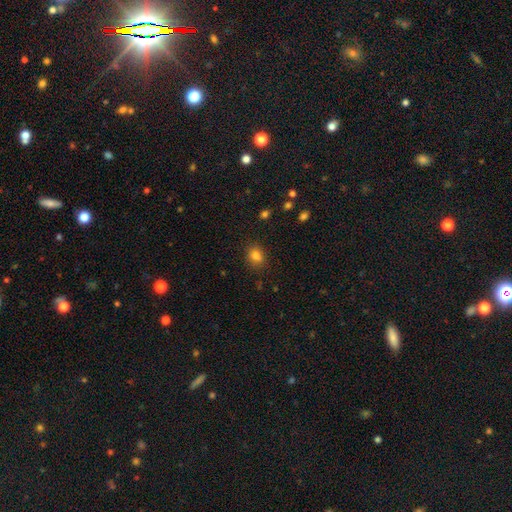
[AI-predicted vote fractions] Smooth or featured? smooth (81%)
How rounded? round (57%)
Merging? none (82%)